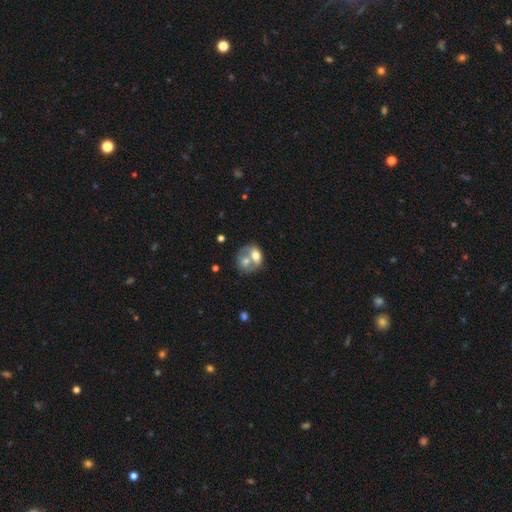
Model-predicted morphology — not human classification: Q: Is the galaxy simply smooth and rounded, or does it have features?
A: smooth — 60%.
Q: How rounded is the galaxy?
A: in between — 54%.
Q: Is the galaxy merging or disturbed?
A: merger — 71%.